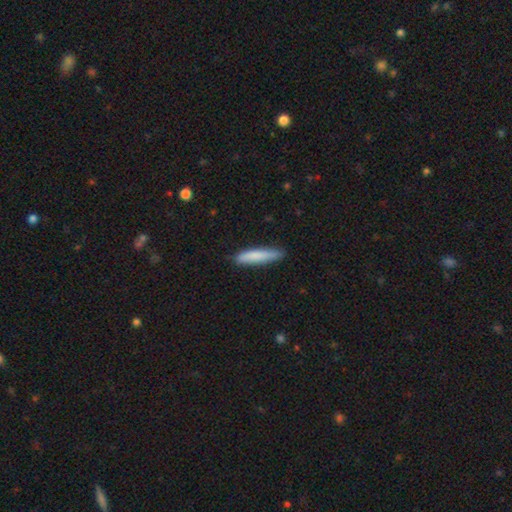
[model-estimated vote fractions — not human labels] Smooth or featured? Predicted: smooth (p=0.82). How rounded? Predicted: cigar-shaped (p=0.87). Merging? Predicted: none (p=0.82).